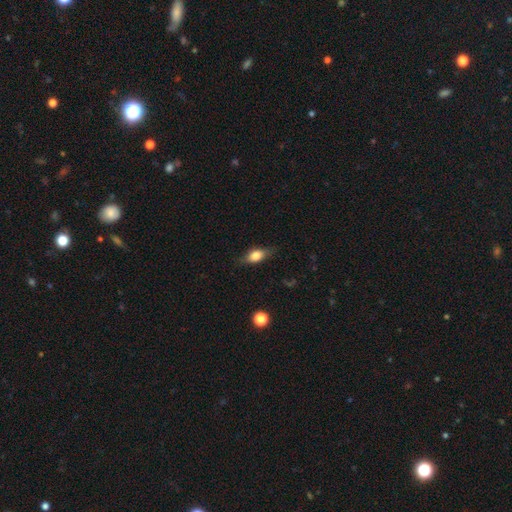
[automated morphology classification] Smooth or featured? Predicted: smooth (p=0.65). How rounded? Predicted: in between (p=0.74). Merging? Predicted: none (p=0.75).